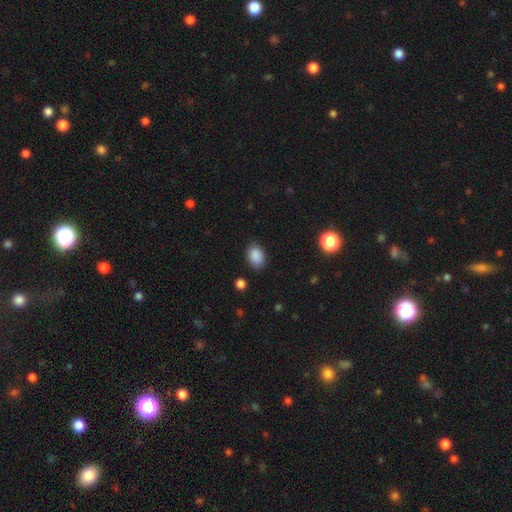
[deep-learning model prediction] Smooth or featured: smooth — 88% (star or artifact — 8%)
How rounded: in between — 83% (round — 16%)
Merging: none — 85% (minor disturbance — 11%)